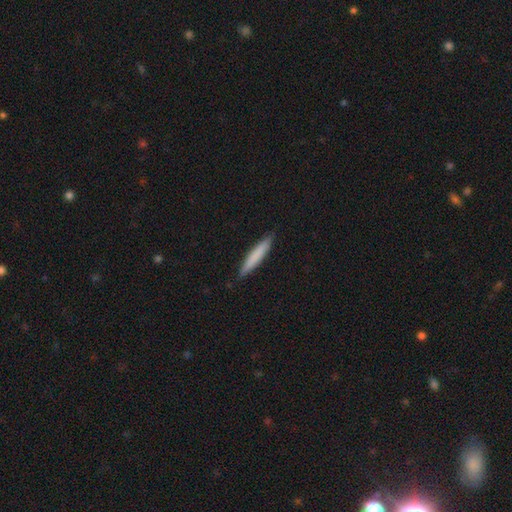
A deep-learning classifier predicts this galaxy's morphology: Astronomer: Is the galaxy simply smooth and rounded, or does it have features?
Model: smooth — 76%.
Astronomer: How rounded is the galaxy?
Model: cigar-shaped — 92%.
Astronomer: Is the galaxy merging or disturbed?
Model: none — 88%.